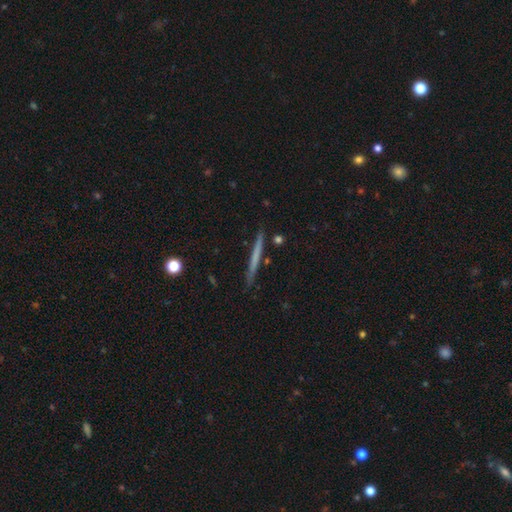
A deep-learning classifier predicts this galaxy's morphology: Smooth or featured? Predicted: smooth (p=0.51). How rounded? Predicted: cigar-shaped (p=0.97). Merging? Predicted: none (p=0.89).